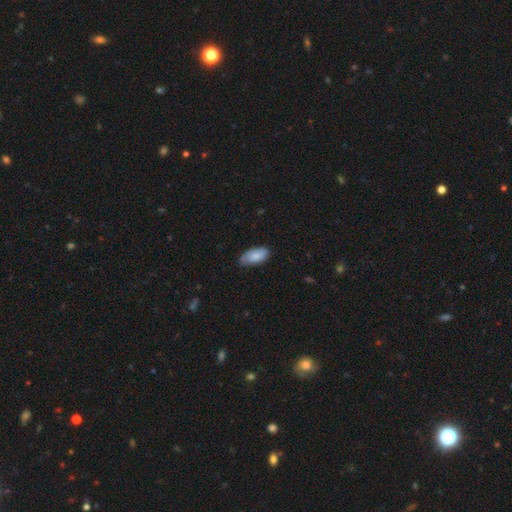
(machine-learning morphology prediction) Smooth or featured? Predicted: smooth (p=0.81). How rounded? Predicted: in between (p=0.92). Merging? Predicted: none (p=0.75).